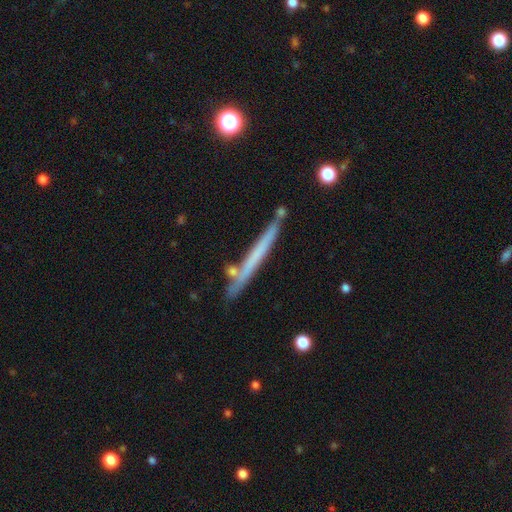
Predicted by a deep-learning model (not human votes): This appears to be a smooth galaxy with no disk features (47%). Merging: none (82%).